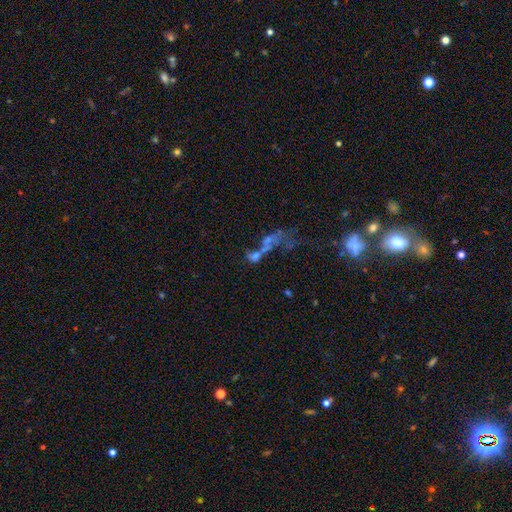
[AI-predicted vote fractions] Smooth or featured? star or artifact (40%)